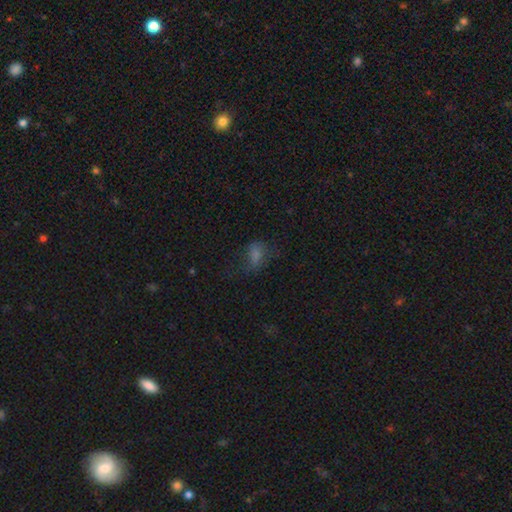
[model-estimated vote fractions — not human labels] smooth_or_featured: smooth (p=0.58) [alt: star or artifact p=0.23]
how_rounded: in between (p=0.78) [alt: round p=0.17]
merging: none (p=0.47) [alt: major disturbance p=0.27]